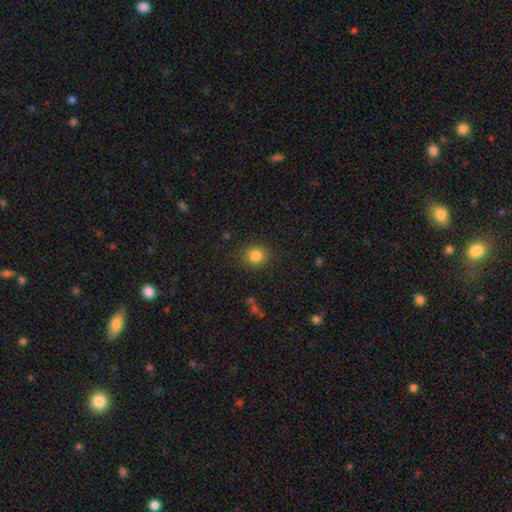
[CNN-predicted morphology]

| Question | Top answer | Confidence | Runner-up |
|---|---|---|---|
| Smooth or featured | smooth | 83% | star or artifact (11%) |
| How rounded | round | 87% | in between (12%) |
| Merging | none | 88% | minor disturbance (8%) |